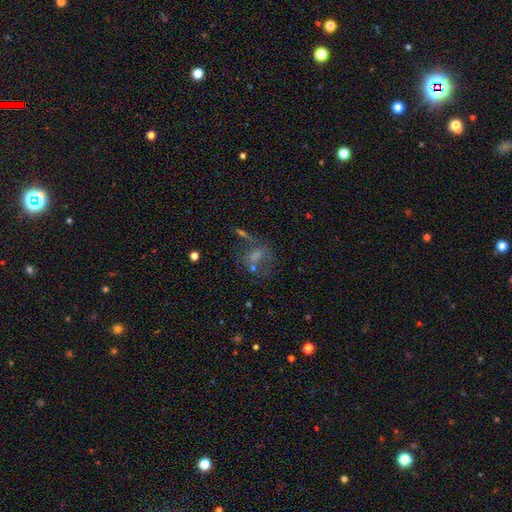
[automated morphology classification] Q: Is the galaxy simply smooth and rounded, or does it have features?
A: smooth — 46%.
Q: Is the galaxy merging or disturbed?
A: none — 41%.